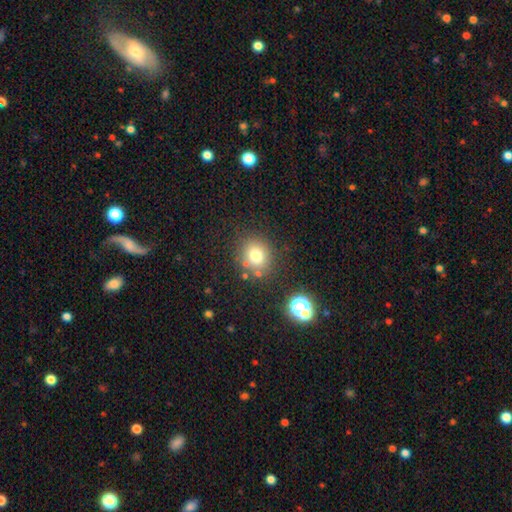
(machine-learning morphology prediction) smooth_or_featured: smooth (p=0.76) [alt: star or artifact p=0.15]
how_rounded: round (p=0.80) [alt: in between p=0.19]
merging: none (p=0.79) [alt: minor disturbance p=0.10]